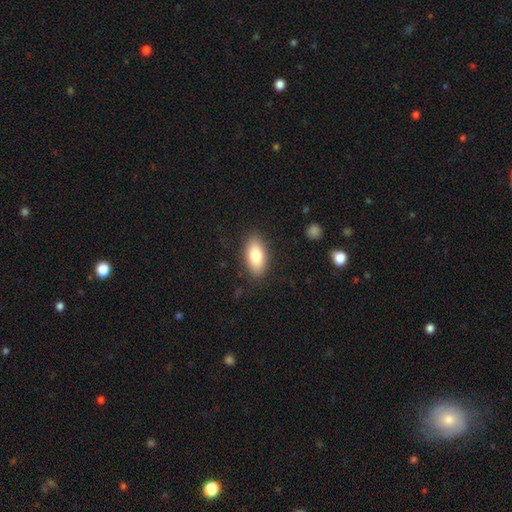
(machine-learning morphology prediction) A smooth galaxy with no disk features (80%) that is in between round and cigar-shaped (87%).

Vote fractions:
- Smooth or featured? smooth: 80% / featured or disk: 13% / star or artifact: 7%
- How rounded? in between: 87% / cigar-shaped: 10% / round: 3%
- Merging? none: 86% / minor disturbance: 10% / major disturbance: 3% / merger: 1%